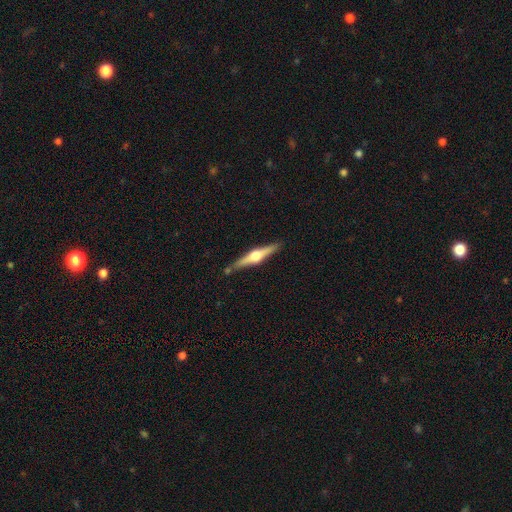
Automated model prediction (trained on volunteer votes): A featured or disk galaxy (76%) viewed edge-on (98%) with a rounded central bulge (95%). Merging: none (84%).